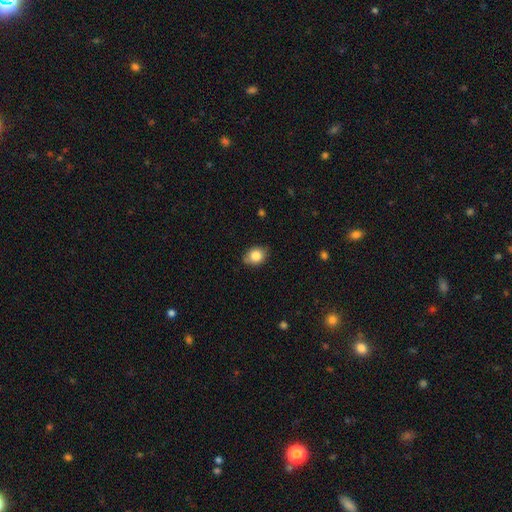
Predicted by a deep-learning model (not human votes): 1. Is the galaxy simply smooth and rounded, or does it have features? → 83% smooth, 9% star or artifact, 8% featured or disk.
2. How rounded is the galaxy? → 57% in between, 42% round, 1% cigar-shaped.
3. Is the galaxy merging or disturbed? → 78% none, 18% minor disturbance, 3% major disturbance, 1% merger.